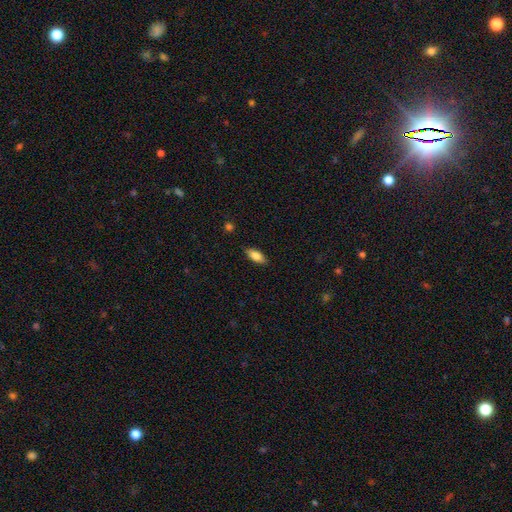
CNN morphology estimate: smooth_or_featured: smooth (p=0.80) [alt: featured or disk p=0.13]
how_rounded: in between (p=0.81) [alt: cigar-shaped p=0.16]
merging: none (p=0.84) [alt: minor disturbance p=0.12]